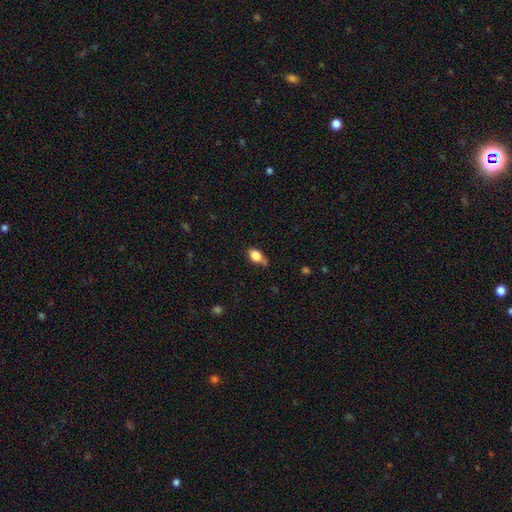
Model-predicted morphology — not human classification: smooth_or_featured: smooth (p=0.84) [alt: star or artifact p=0.09]
how_rounded: in between (p=0.82) [alt: round p=0.16]
merging: none (p=0.58) [alt: minor disturbance p=0.29]